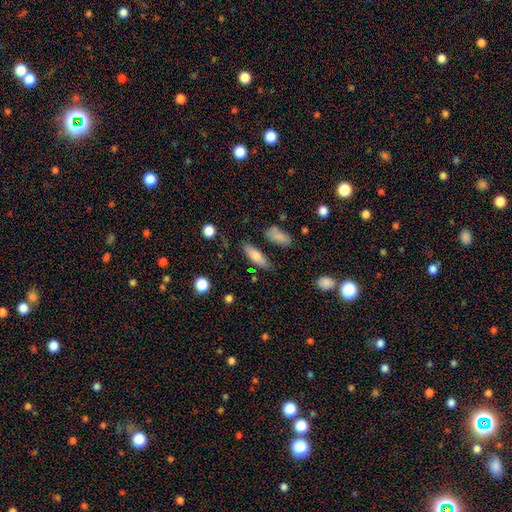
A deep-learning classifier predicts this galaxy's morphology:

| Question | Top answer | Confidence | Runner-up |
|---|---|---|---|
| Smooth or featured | smooth | 73% | featured or disk (20%) |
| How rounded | in between | 54% | cigar-shaped (43%) |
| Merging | none | 74% | minor disturbance (16%) |